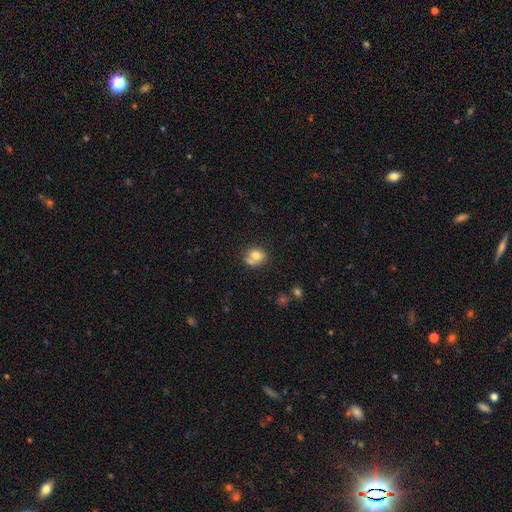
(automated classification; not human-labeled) Smooth or featured?
  - smooth: 75% *
  - featured or disk: 15%
  - star or artifact: 10%
How rounded?
  - round: 64% *
  - in between: 35%
  - cigar-shaped: 1%
Merging?
  - none: 47% *
  - merger: 24%
  - minor disturbance: 20%
  - major disturbance: 9%